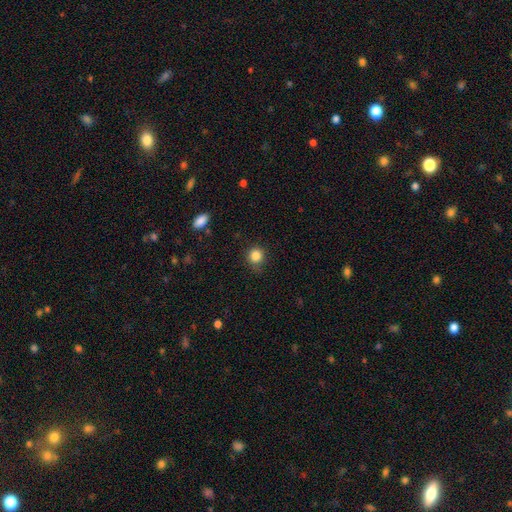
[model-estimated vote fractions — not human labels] Q: Smooth or featured?
A: smooth (85%); runner-up: star or artifact (11%)
Q: How rounded?
A: round (88%); runner-up: in between (11%)
Q: Merging?
A: none (78%); runner-up: minor disturbance (17%)